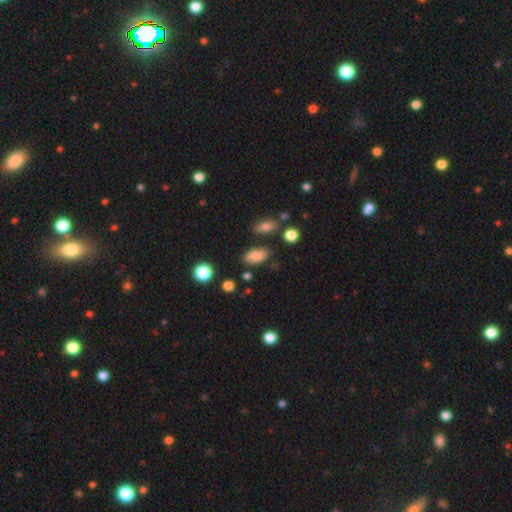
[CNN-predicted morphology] A smooth galaxy with no disk features (84%) that is in between round and cigar-shaped (91%). Merging: none (79%).